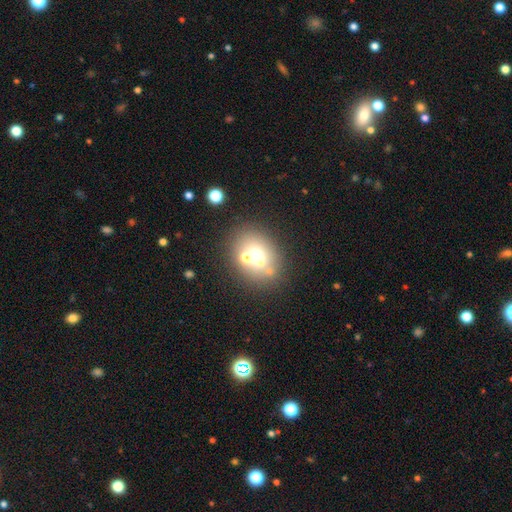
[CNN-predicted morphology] Smooth or featured? smooth (54%)
How rounded? round (66%)
Merging? none (53%)